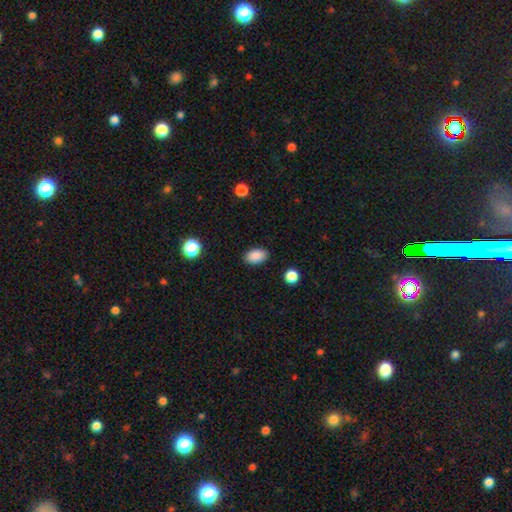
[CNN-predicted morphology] smooth-or-featured: smooth: 89% | star or artifact: 8% | featured or disk: 3%
  how-rounded: in between: 89% | round: 9% | cigar-shaped: 1%
  merging: none: 88% | minor disturbance: 9% | major disturbance: 2% | merger: 1%